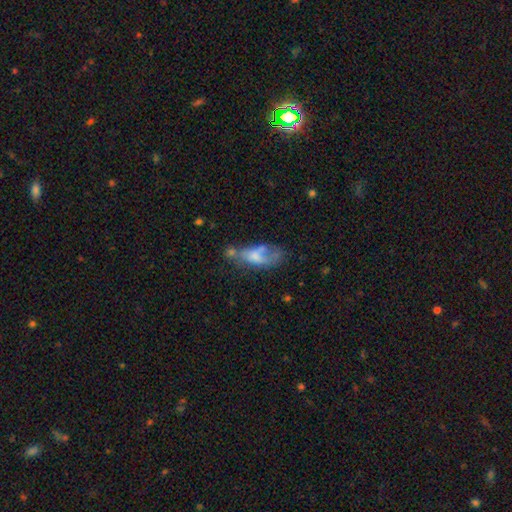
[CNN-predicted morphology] Overall: smooth (51%; featured or disk 40%). How rounded: in between (81%). Merging: major disturbance (29%; none 27%).